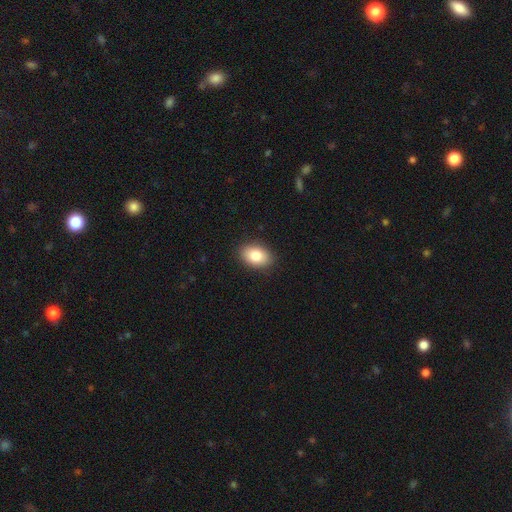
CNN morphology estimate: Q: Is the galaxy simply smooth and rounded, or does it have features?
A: smooth — 84%.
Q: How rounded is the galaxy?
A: in between — 86%.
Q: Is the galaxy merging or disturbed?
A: none — 89%.